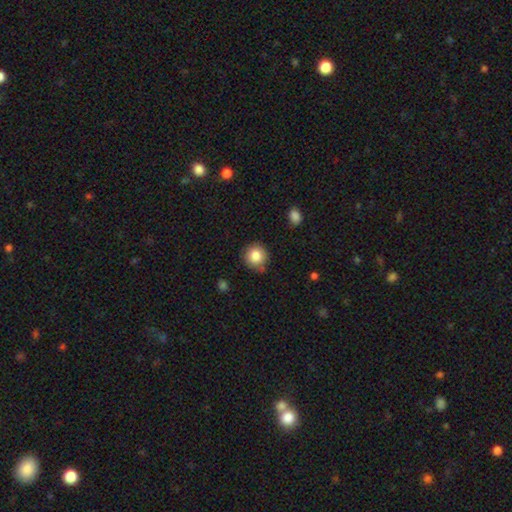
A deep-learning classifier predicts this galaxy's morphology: smooth_or_featured: smooth (p=0.83) [alt: star or artifact p=0.09]
how_rounded: round (p=0.92) [alt: in between p=0.07]
merging: none (p=0.81) [alt: minor disturbance p=0.14]